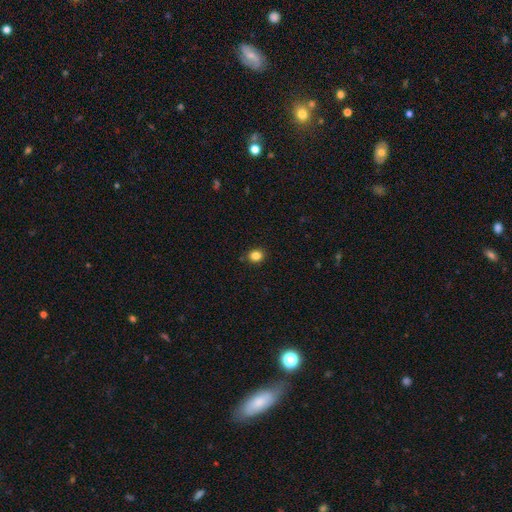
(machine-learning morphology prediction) Overall: smooth (84%). How rounded: round (69%; in between 30%). Merging: none (88%).